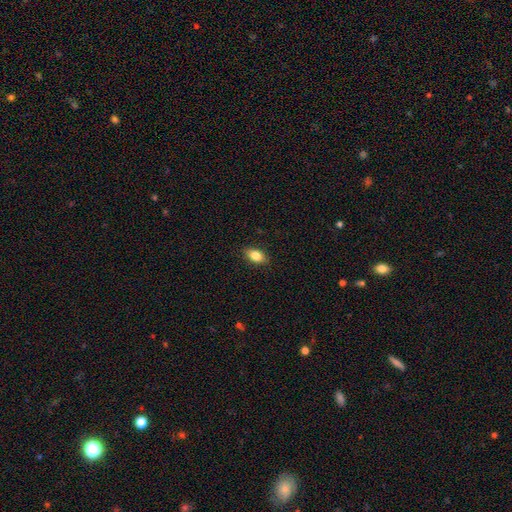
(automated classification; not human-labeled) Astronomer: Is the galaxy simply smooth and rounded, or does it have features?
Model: smooth — 82%.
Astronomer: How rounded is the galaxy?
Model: in between — 87%.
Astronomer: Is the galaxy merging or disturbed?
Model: none — 87%.